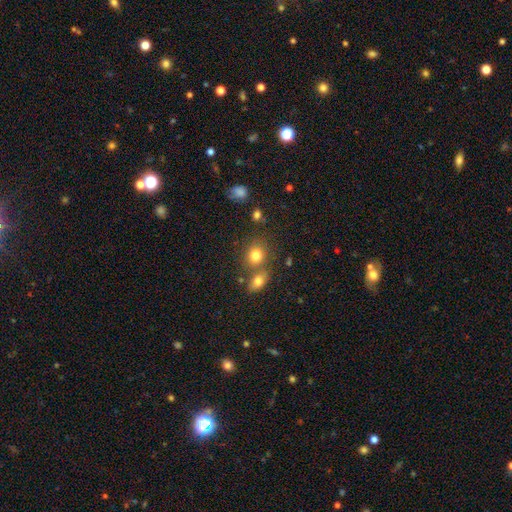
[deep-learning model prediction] Smooth or featured? smooth (79%)
How rounded? round (66%)
Merging? none (55%)